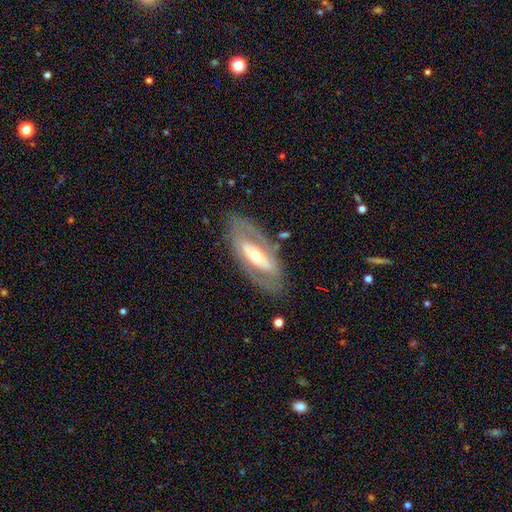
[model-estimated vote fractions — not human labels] This is likely a featured or disk galaxy (76%). It is clearly not viewed edge-on (87%). Bar: marginally strong (43%). Spiral arm pattern: possibly yes (52%). Central bulge: possibly moderate (54%). Merging: likely none (77%).